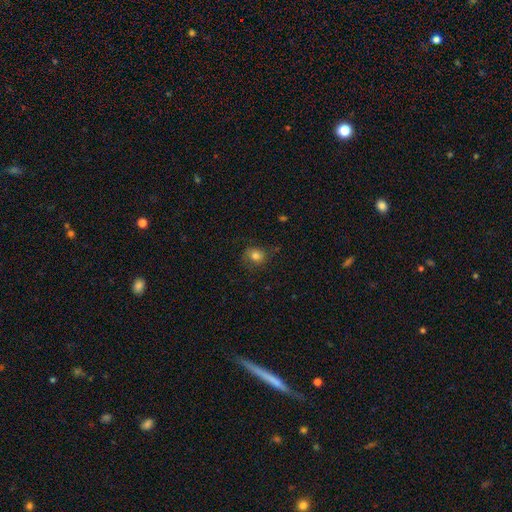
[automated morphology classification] Smooth or featured: smooth — 78% (star or artifact — 11%)
How rounded: round — 70% (in between — 29%)
Merging: none — 73% (minor disturbance — 19%)